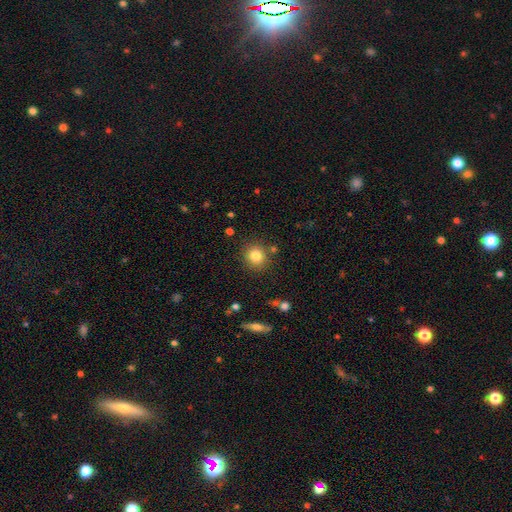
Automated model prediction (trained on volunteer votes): smooth-or-featured: smooth: 82% | star or artifact: 11% | featured or disk: 7%
  how-rounded: round: 89% | in between: 10% | cigar-shaped: 1%
  merging: none: 84% | minor disturbance: 8% | merger: 4% | major disturbance: 3%